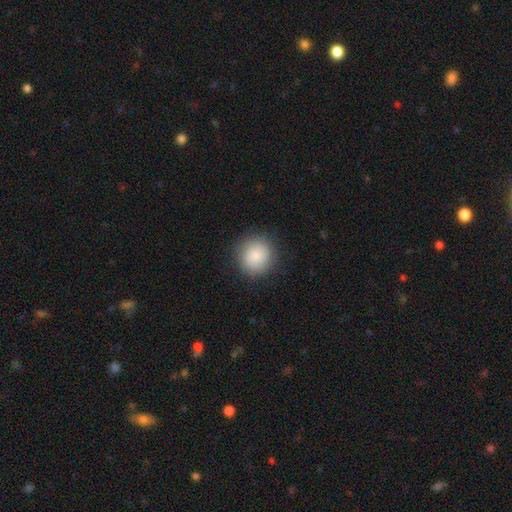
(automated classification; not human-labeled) smooth_or_featured: smooth (p=0.84) [alt: featured or disk p=0.08]
how_rounded: round (p=0.92) [alt: in between p=0.07]
merging: none (p=0.88) [alt: minor disturbance p=0.09]